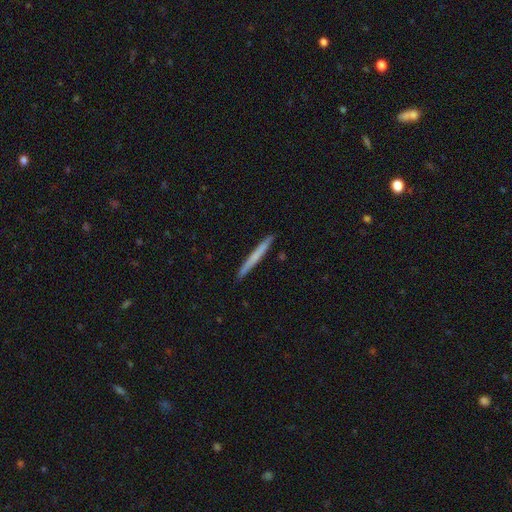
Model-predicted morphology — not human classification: A smooth galaxy with no disk features (58%) that is cigar-shaped (97%). Merging: none (92%).